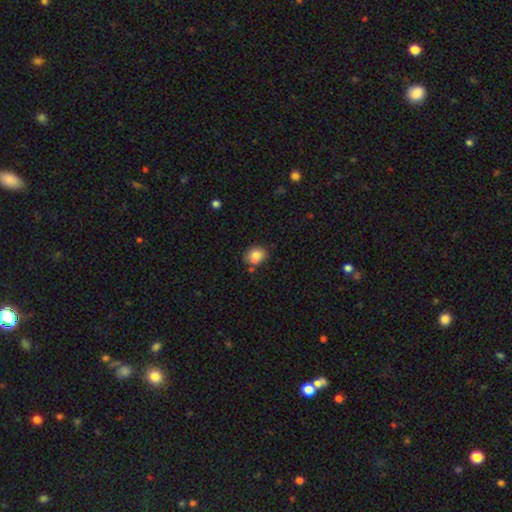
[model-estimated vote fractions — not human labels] This appears to be a smooth galaxy with no disk features (80%) that is round (65%). Merging: none (63%).